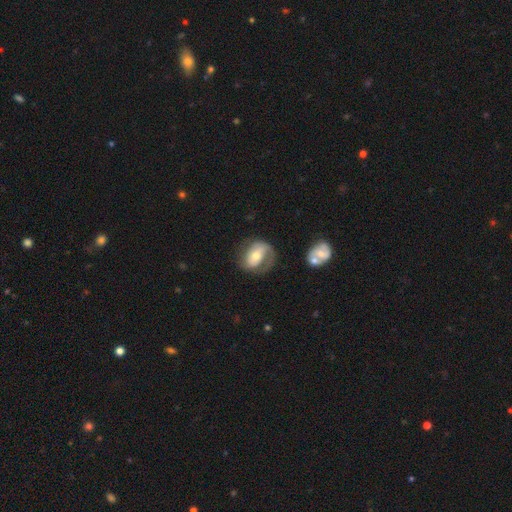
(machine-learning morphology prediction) Smooth or featured? featured or disk (61%)
Edge-on disk? no (95%)
Bar? no (40%)
Spiral arms? yes (74%)
Bulge size? moderate (63%)
Merging? none (49%)